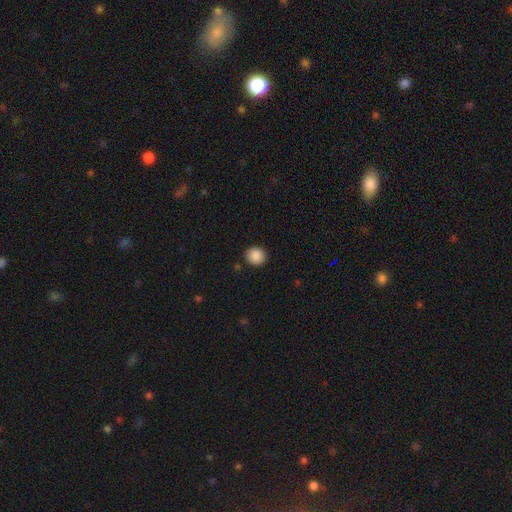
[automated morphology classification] Smooth or featured? smooth (89%)
How rounded? round (86%)
Merging? none (90%)